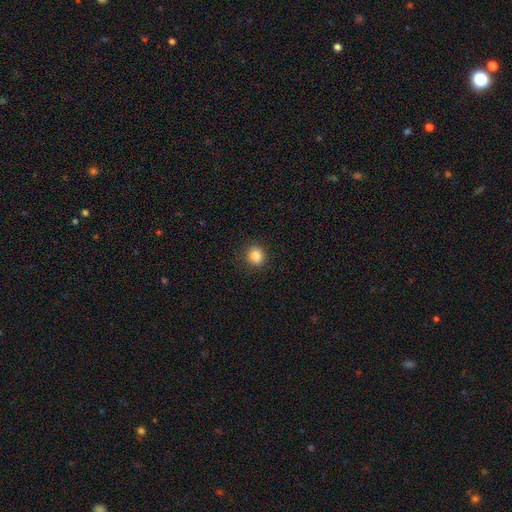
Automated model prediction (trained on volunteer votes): A smooth galaxy with no disk features (85%) that is round (84%).

Vote fractions:
- Smooth or featured? smooth: 85% / star or artifact: 11% / featured or disk: 4%
- How rounded? round: 84% / in between: 15% / cigar-shaped: 1%
- Merging? none: 90% / minor disturbance: 7% / major disturbance: 2% / merger: 1%